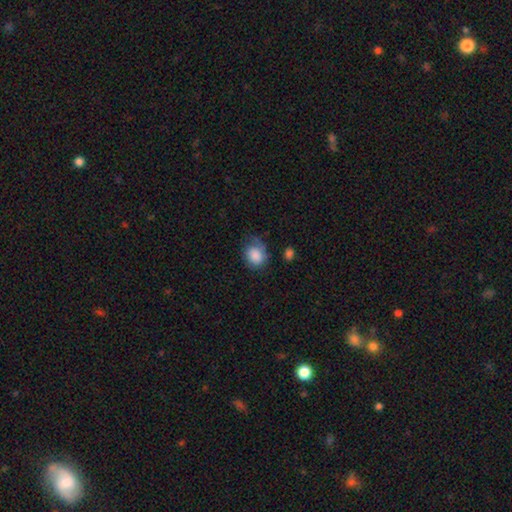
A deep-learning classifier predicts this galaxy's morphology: Smooth or featured? smooth (84%)
How rounded? round (58%)
Merging? none (52%)